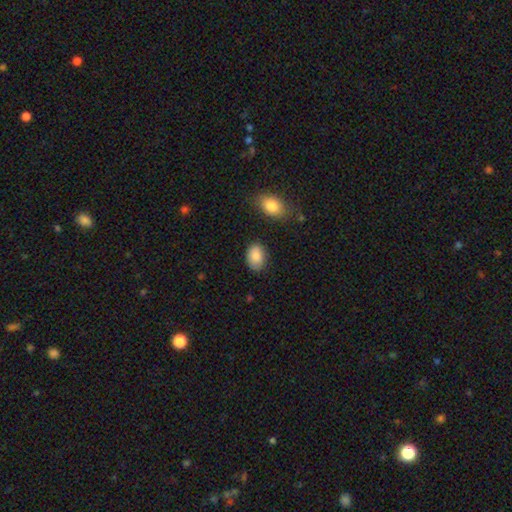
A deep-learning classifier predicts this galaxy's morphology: smooth-or-featured: smooth: 87% | star or artifact: 7% | featured or disk: 6%
  how-rounded: in between: 82% | round: 17% | cigar-shaped: 1%
  merging: none: 78% | minor disturbance: 16% | major disturbance: 3% | merger: 3%